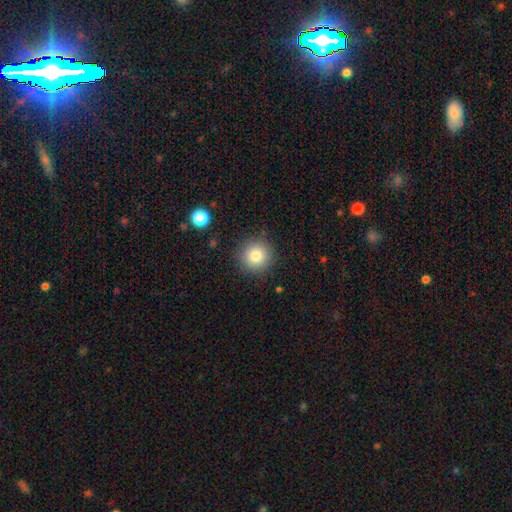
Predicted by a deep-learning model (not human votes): Morphology: type=smooth (82%); roundness=round (95%); merging=none (89%).